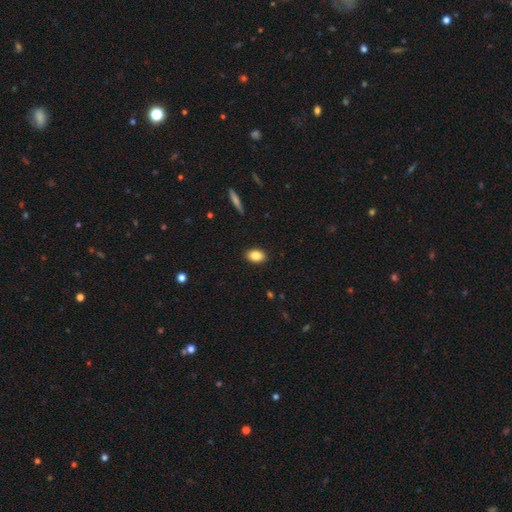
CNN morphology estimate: Smooth or featured? Predicted: smooth (p=0.86). How rounded? Predicted: in between (p=0.88). Merging? Predicted: none (p=0.90).